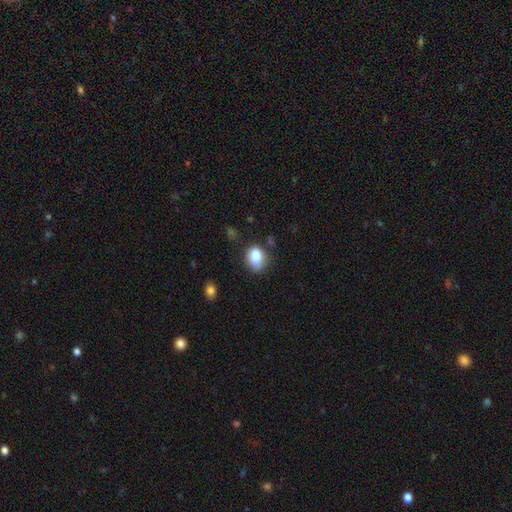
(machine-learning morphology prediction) The model was most divided on "how rounded": in between: 69%, round: 29%, cigar-shaped: 2%. More confident: smooth or featured — smooth (82%); merging — none (65%).